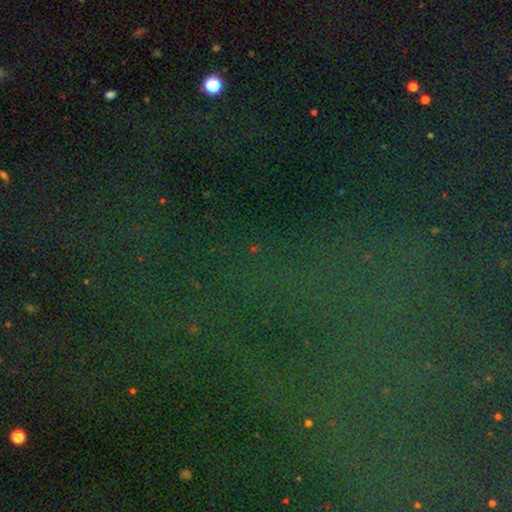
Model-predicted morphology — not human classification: Smooth or featured? Predicted: star or artifact (p=0.81).